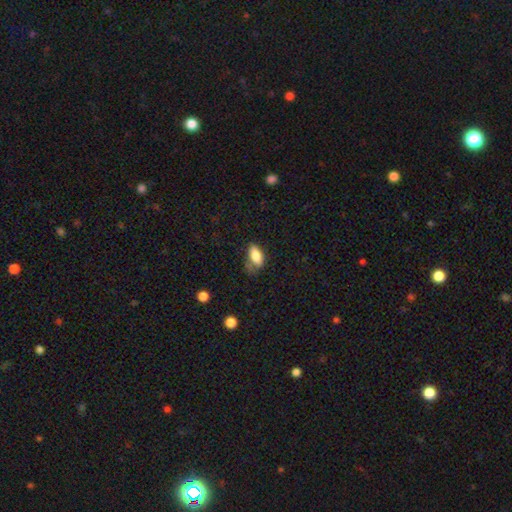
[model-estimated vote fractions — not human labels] A smooth galaxy with no disk features (82%) that is in between round and cigar-shaped (89%).

Vote fractions:
- Smooth or featured? smooth: 82% / featured or disk: 10% / star or artifact: 7%
- How rounded? in between: 89% / cigar-shaped: 8% / round: 3%
- Merging? none: 44% / minor disturbance: 35% / major disturbance: 17% / merger: 4%